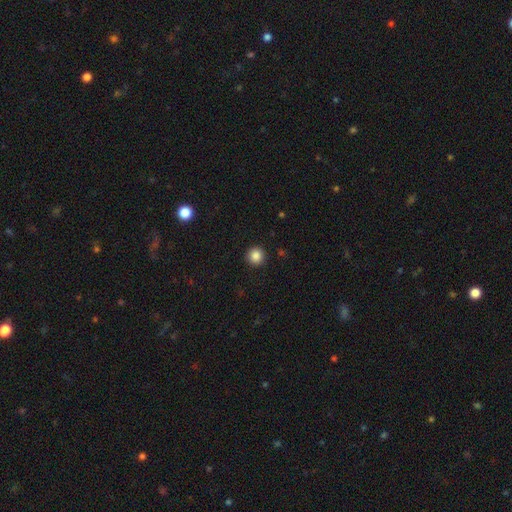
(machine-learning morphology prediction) Smooth or featured?
  - smooth: 86% *
  - star or artifact: 10%
  - featured or disk: 4%
How rounded?
  - round: 96% *
  - in between: 3%
  - cigar-shaped: 1%
Merging?
  - none: 93% *
  - minor disturbance: 5%
  - major disturbance: 2%
  - merger: 1%